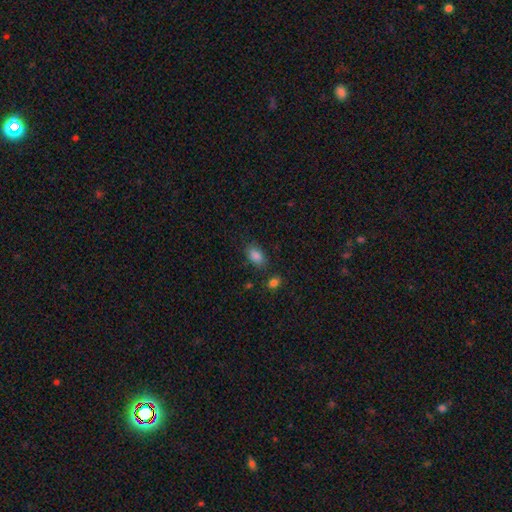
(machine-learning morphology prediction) Smooth or featured? Predicted: smooth (p=0.86). How rounded? Predicted: in between (p=0.89). Merging? Predicted: none (p=0.79).